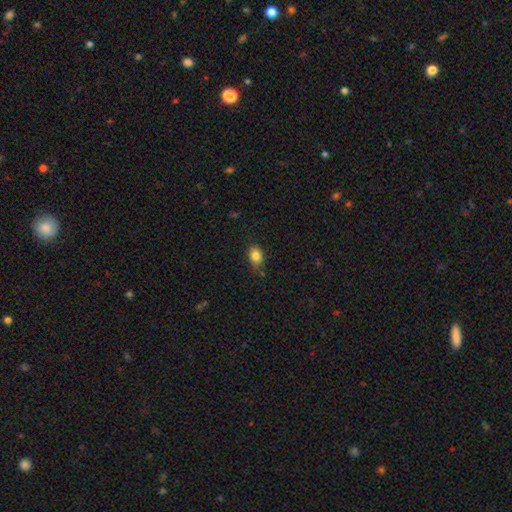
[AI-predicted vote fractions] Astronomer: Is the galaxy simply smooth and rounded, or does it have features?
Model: smooth — 84%.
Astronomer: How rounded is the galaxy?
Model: in between — 73%.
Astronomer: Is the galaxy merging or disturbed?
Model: none — 74%.